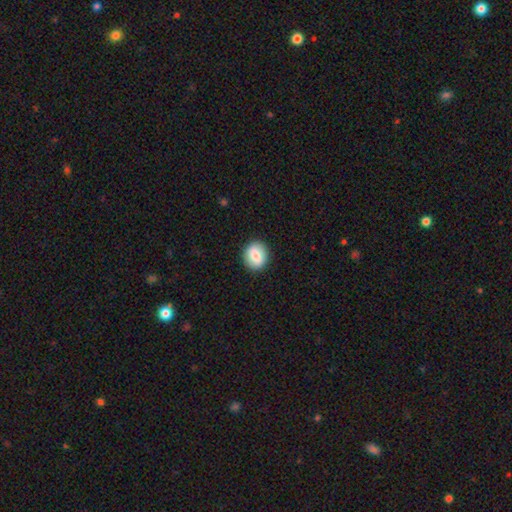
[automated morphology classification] smooth-or-featured: smooth: 77% | featured or disk: 16% | star or artifact: 8%
  how-rounded: round: 75% | in between: 24% | cigar-shaped: 1%
  merging: none: 90% | minor disturbance: 7% | major disturbance: 2% | merger: 1%